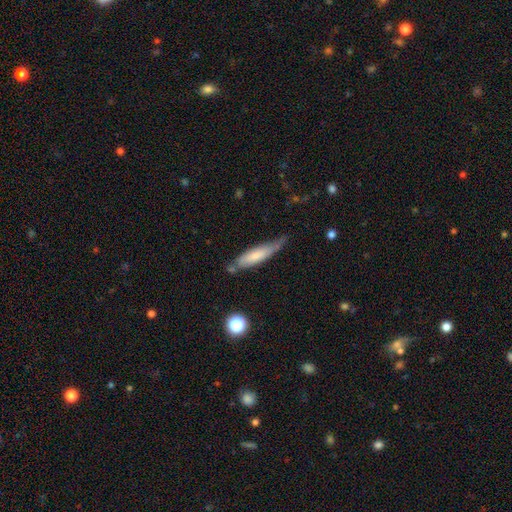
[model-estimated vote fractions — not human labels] Q: Smooth or featured?
A: smooth (66%); runner-up: featured or disk (28%)
Q: How rounded?
A: cigar-shaped (73%); runner-up: in between (25%)
Q: Merging?
A: none (49%); runner-up: minor disturbance (34%)